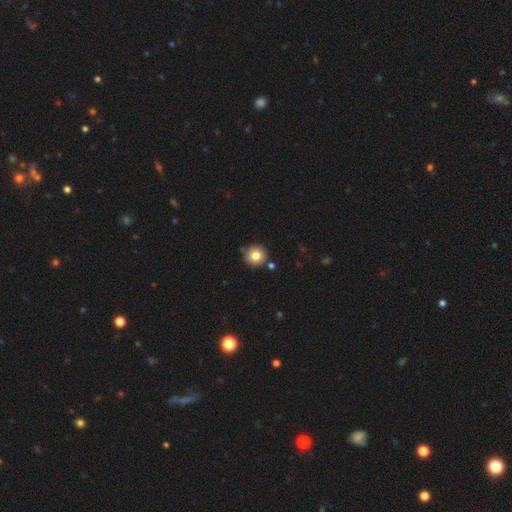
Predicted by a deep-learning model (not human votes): Morphology: type=smooth (81%); roundness=round (94%); merging=none (82%).